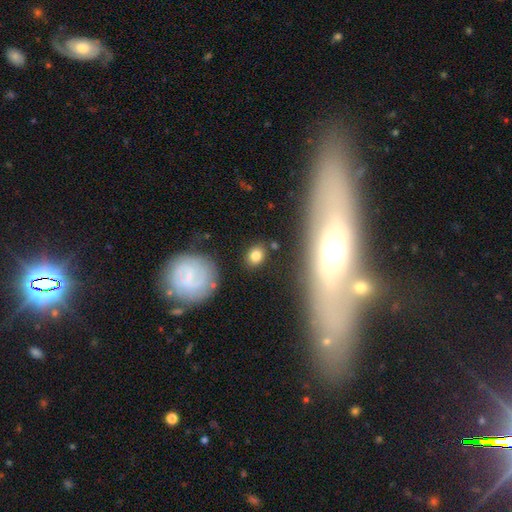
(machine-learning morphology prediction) A smooth galaxy with no disk features (79%) that is round (54%). Merging: none (83%).